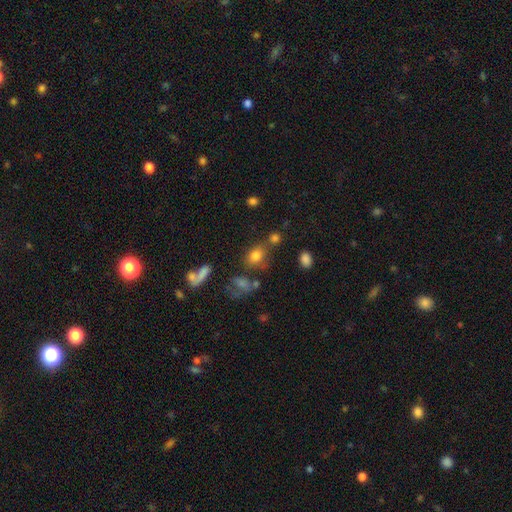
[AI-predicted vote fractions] A smooth galaxy with no disk features (77%) that is in between round and cigar-shaped (53%).

Vote fractions:
- Smooth or featured? smooth: 77% / star or artifact: 14% / featured or disk: 9%
- How rounded? in between: 53% / round: 45% / cigar-shaped: 2%
- Merging? none: 60% / merger: 16% / minor disturbance: 16% / major disturbance: 8%